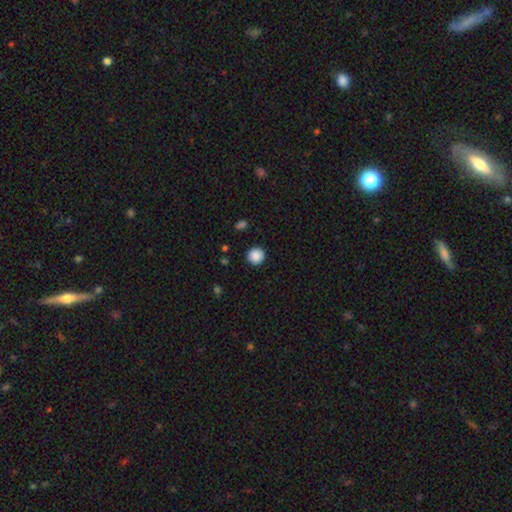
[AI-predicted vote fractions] A smooth galaxy with no disk features (88%) that is round (94%). Merging: none (92%).